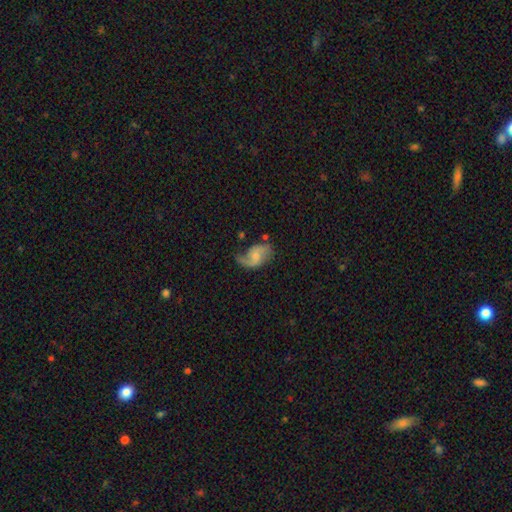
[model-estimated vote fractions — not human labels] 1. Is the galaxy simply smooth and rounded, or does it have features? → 70% featured or disk, 23% smooth, 7% star or artifact.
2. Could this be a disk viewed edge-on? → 97% no, 3% yes.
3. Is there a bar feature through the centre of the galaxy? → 56% no, 38% weak, 7% strong.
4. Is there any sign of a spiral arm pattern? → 92% yes, 8% no.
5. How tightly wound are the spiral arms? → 61% loose, 31% medium, 8% tight.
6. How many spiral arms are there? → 71% 2, 22% 1, 4% can't tell, 1% 3, 1% 4, 1% more than 4.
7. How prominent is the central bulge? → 49% small, 30% moderate, 16% none, 3% large, 1% dominant.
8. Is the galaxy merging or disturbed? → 51% none, 27% minor disturbance, 18% major disturbance, 4% merger.